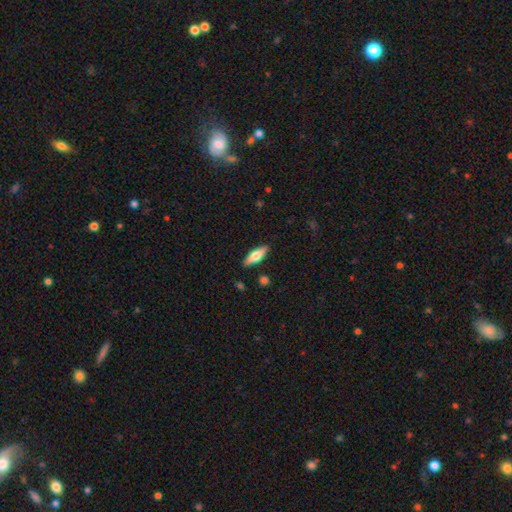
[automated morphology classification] This is possibly a smooth galaxy (54%). How rounded: possibly cigar-shaped (50%). Merging: clearly none (88%).